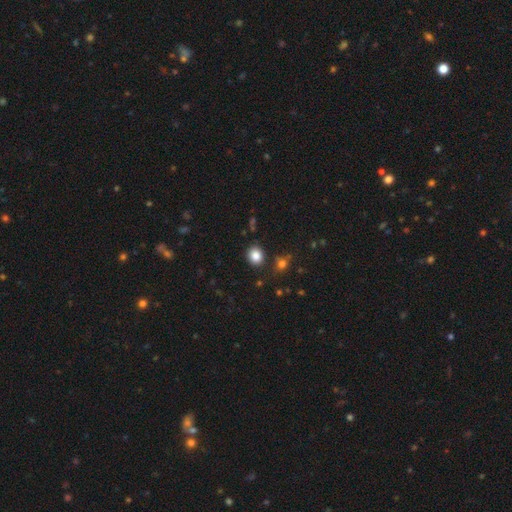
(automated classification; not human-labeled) Q: Smooth or featured?
A: smooth (85%); runner-up: star or artifact (10%)
Q: How rounded?
A: round (66%); runner-up: in between (33%)
Q: Merging?
A: none (84%); runner-up: minor disturbance (9%)